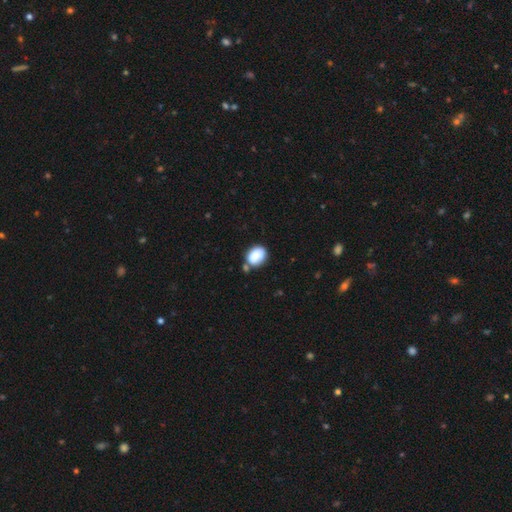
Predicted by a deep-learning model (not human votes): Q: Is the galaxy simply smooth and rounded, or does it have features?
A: smooth — 87%.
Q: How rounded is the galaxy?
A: in between — 58%.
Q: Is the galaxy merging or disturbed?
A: none — 60%.